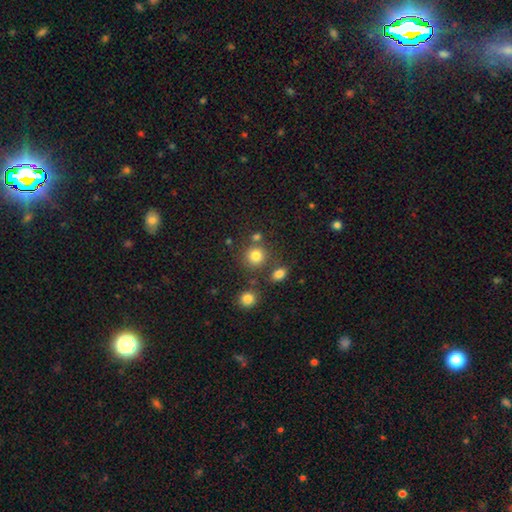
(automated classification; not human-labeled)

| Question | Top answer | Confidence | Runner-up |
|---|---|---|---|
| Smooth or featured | smooth | 79% | star or artifact (13%) |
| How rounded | round | 86% | in between (13%) |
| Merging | none | 72% | merger (14%) |